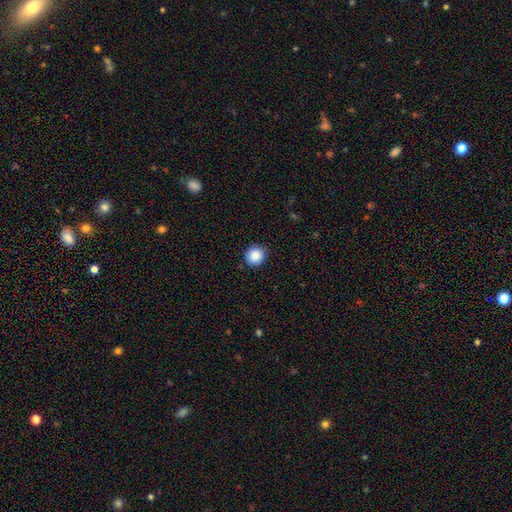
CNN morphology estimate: A smooth galaxy with no disk features (87%) that is round (90%). Merging: none (90%).